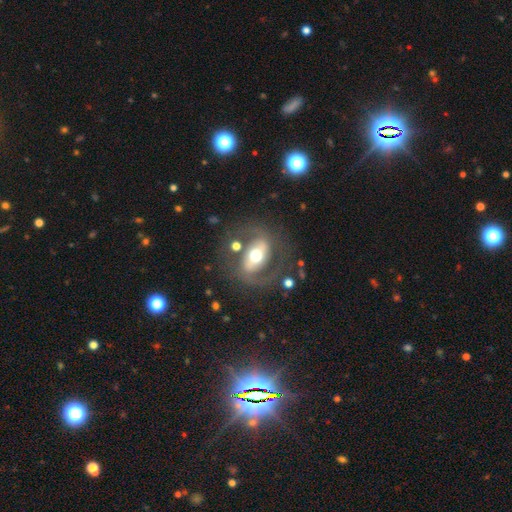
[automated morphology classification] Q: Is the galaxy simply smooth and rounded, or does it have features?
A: featured or disk — 75%.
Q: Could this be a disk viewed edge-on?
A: no — 95%.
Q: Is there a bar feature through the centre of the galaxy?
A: strong — 46%.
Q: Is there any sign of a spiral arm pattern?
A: yes — 72%.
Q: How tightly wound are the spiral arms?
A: medium — 49%.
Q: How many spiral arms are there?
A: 2 — 85%.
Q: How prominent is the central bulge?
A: moderate — 67%.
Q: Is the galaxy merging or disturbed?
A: none — 69%.